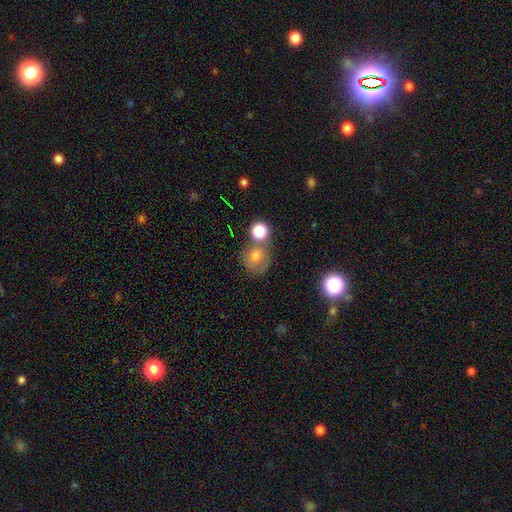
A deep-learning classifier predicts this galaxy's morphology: Smooth or featured? Predicted: smooth (p=0.63). How rounded? Predicted: round (p=0.80). Merging? Predicted: none (p=0.56).